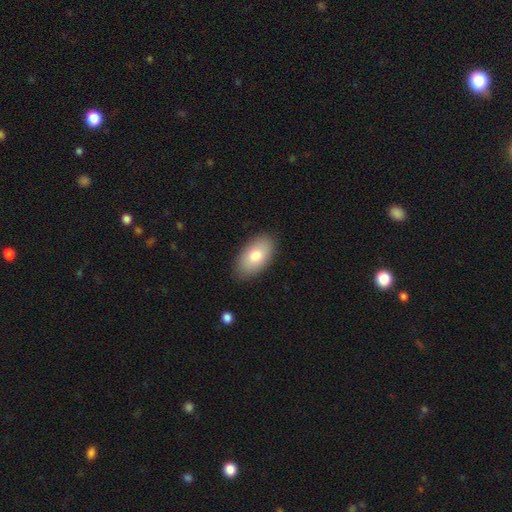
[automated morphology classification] Smooth or featured?
  - smooth: 78% *
  - featured or disk: 16%
  - star or artifact: 6%
How rounded?
  - in between: 94% *
  - round: 4%
  - cigar-shaped: 2%
Merging?
  - none: 86% *
  - minor disturbance: 11%
  - major disturbance: 2%
  - merger: 1%